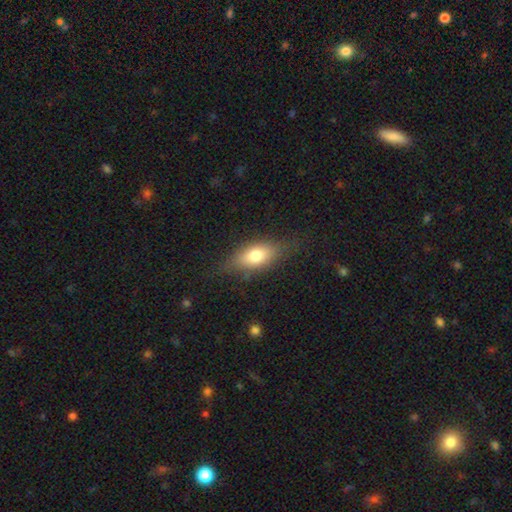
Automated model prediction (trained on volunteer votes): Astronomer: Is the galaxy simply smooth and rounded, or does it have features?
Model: smooth — 71%.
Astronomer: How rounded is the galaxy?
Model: in between — 80%.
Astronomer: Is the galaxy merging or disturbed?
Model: none — 74%.